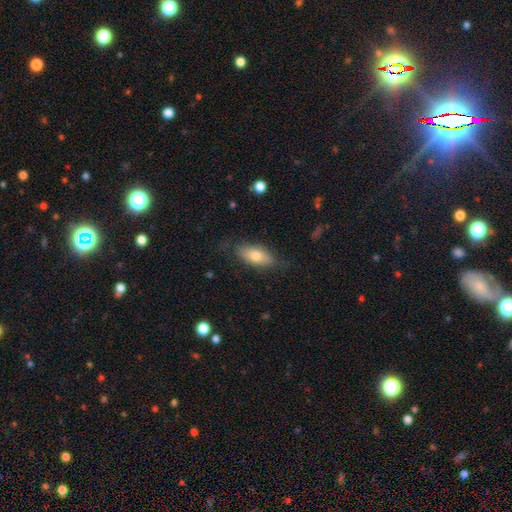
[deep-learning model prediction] Smooth or featured? smooth (73%)
How rounded? in between (84%)
Merging? none (77%)